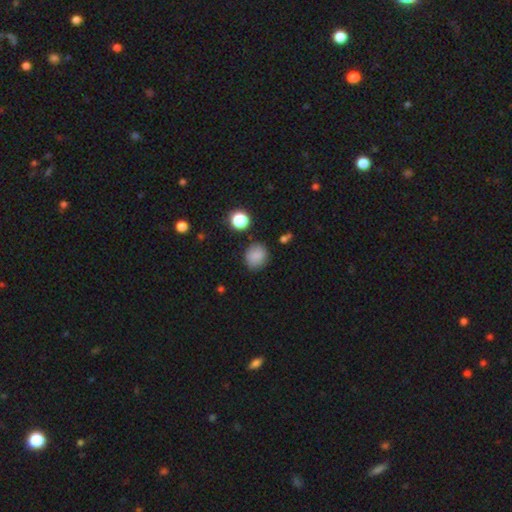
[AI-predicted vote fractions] This is clearly a smooth galaxy (83%). How rounded: likely round (75%). Merging: clearly none (82%).